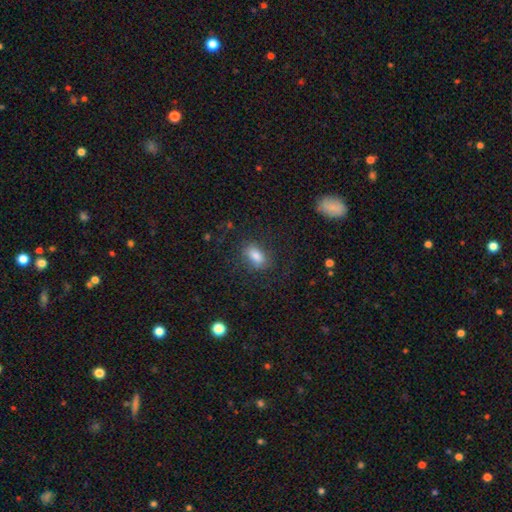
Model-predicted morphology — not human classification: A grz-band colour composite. It shows a smooth galaxy with no disk features (82%) that is in between round and cigar-shaped (86%). Merging: none (79%).